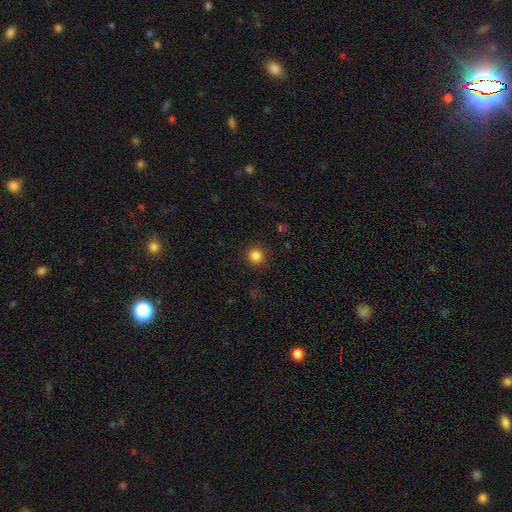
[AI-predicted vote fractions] Smooth or featured? Predicted: smooth (p=0.84). How rounded? Predicted: round (p=0.94). Merging? Predicted: none (p=0.90).